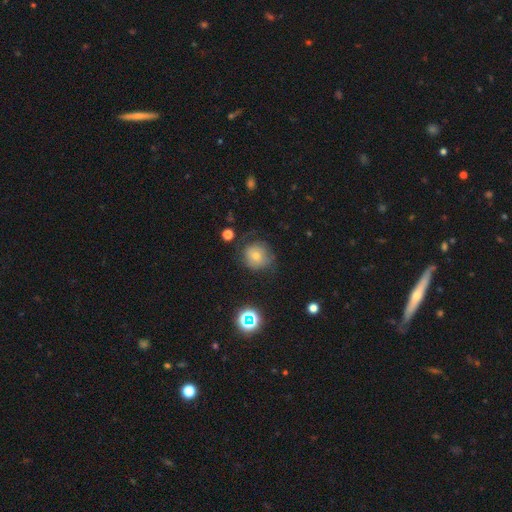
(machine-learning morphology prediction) smooth 64%, featured or disk 23%, star or artifact 13%. Down the decision tree: how rounded — round (87%); merging — none (59%).